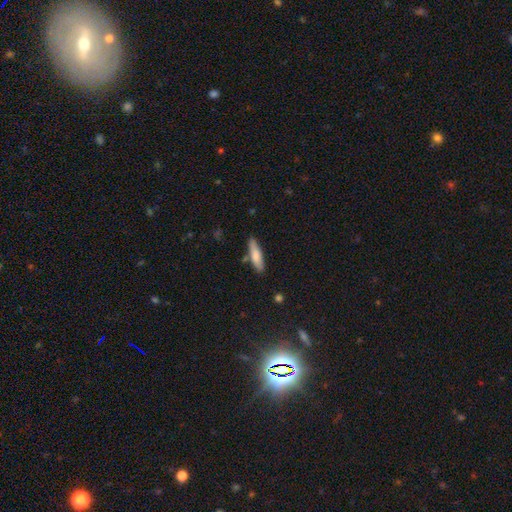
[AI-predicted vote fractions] smooth-or-featured: smooth: 77% | featured or disk: 17% | star or artifact: 6%
  how-rounded: cigar-shaped: 72% | in between: 26% | round: 2%
  merging: none: 80% | minor disturbance: 13% | merger: 4% | major disturbance: 2%